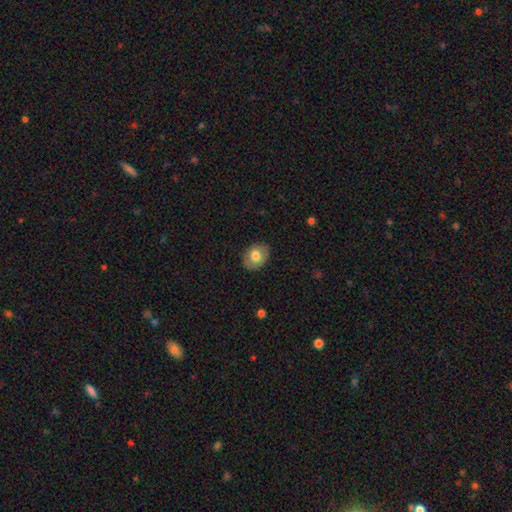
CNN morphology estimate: The model was most divided on "how rounded": in between: 57%, round: 42%, cigar-shaped: 1%. More confident: merging — none (84%); smooth or featured — smooth (72%).